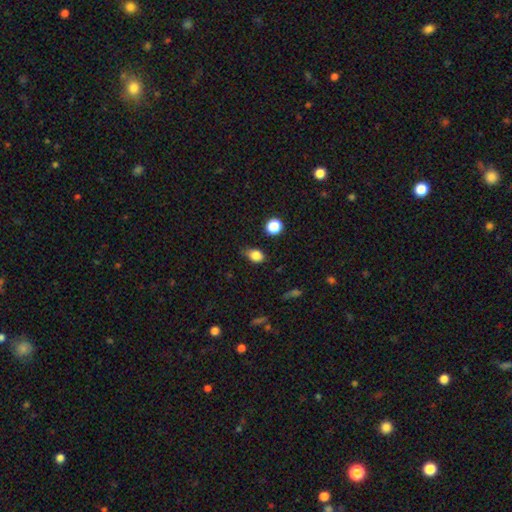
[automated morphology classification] This is clearly a smooth galaxy (83%). How rounded: likely in between (64%). Merging: possibly none (59%).